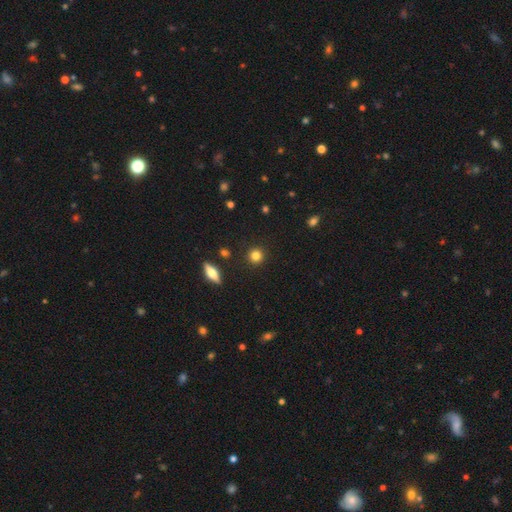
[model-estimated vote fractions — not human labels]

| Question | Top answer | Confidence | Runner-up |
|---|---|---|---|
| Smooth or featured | smooth | 83% | star or artifact (10%) |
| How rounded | round | 92% | in between (6%) |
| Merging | none | 91% | minor disturbance (5%) |